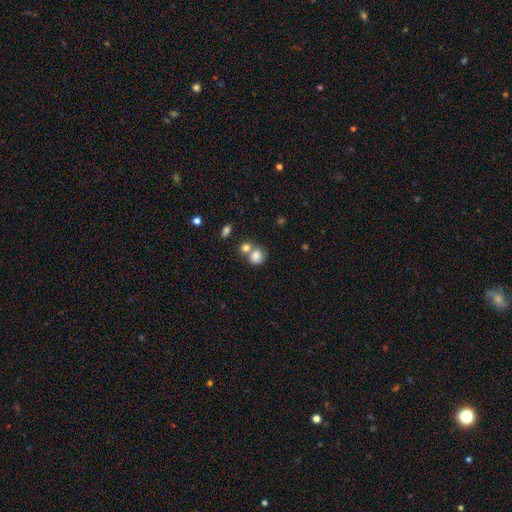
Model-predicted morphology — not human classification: This appears to be a smooth galaxy with no disk features (80%) that is round (75%). Merging: merger (43%, tied with none).